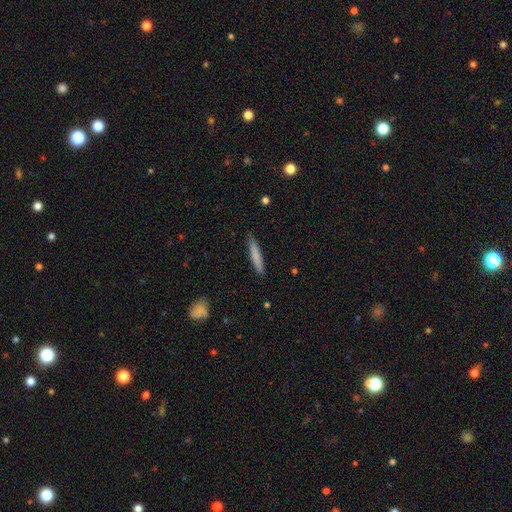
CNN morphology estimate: Q: Smooth or featured?
A: smooth (79%); runner-up: featured or disk (15%)
Q: How rounded?
A: cigar-shaped (93%); runner-up: in between (6%)
Q: Merging?
A: none (88%); runner-up: minor disturbance (9%)